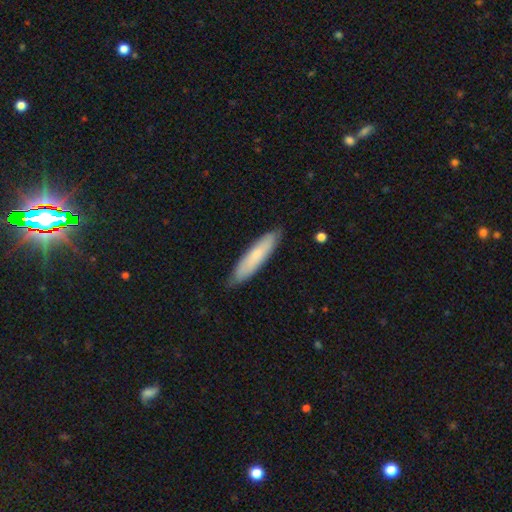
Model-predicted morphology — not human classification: smooth_or_featured: smooth (p=0.68) [alt: featured or disk p=0.26]
how_rounded: cigar-shaped (p=0.80) [alt: in between p=0.19]
merging: none (p=0.85) [alt: minor disturbance p=0.12]